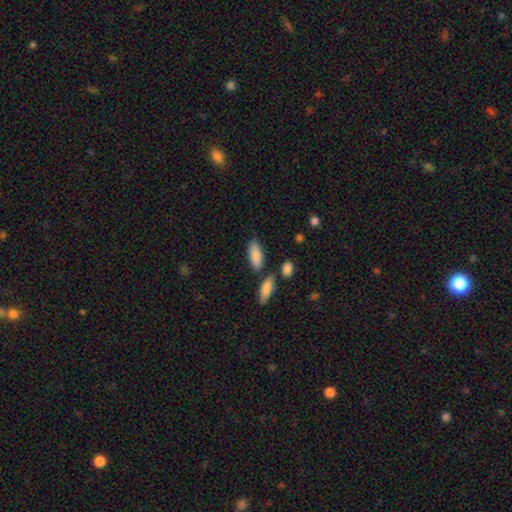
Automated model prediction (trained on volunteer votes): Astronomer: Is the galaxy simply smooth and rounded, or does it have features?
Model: smooth — 86%.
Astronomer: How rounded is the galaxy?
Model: in between — 80%.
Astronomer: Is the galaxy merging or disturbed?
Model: none — 73%.